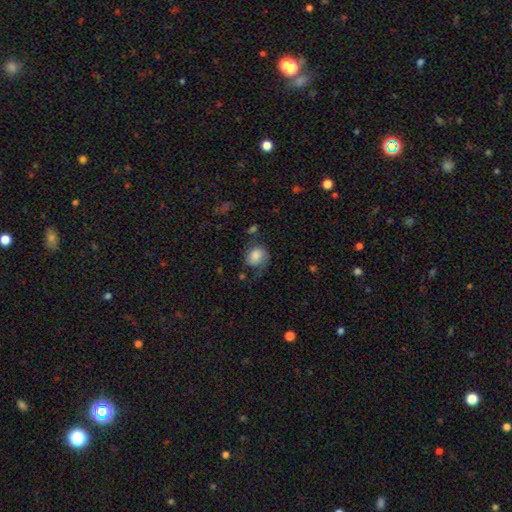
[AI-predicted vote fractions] A smooth galaxy with no disk features (62%) that is round (53%). Merging: none (36%).